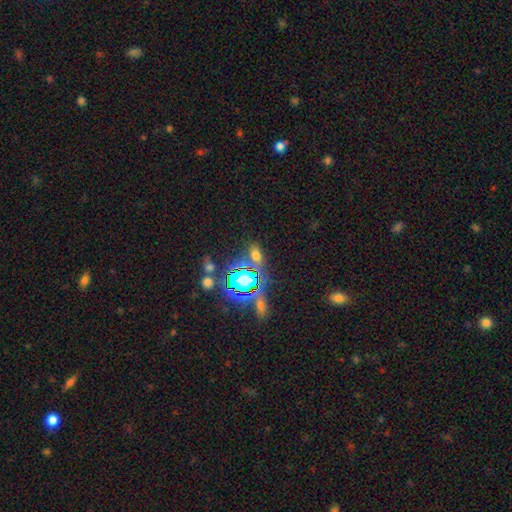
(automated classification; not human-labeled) The model was most divided on "smooth or featured": smooth: 47%, star or artifact: 42%, featured or disk: 11%. More confident: merging — none (71%).